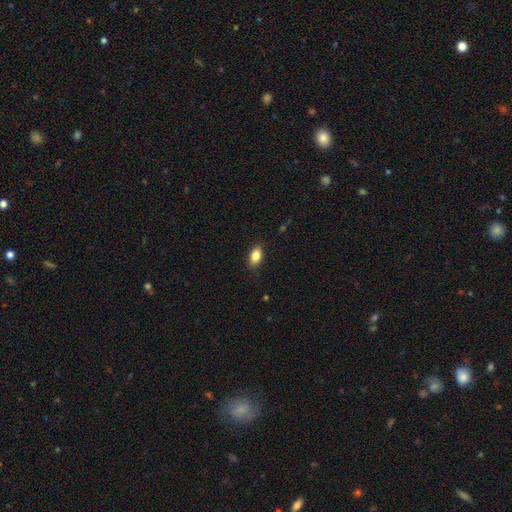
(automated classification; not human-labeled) A smooth galaxy with no disk features (84%) that is in between round and cigar-shaped (89%).

Vote fractions:
- Smooth or featured? smooth: 84% / star or artifact: 8% / featured or disk: 8%
- How rounded? in between: 89% / round: 7% / cigar-shaped: 4%
- Merging? none: 88% / minor disturbance: 9% / major disturbance: 2% / merger: 1%